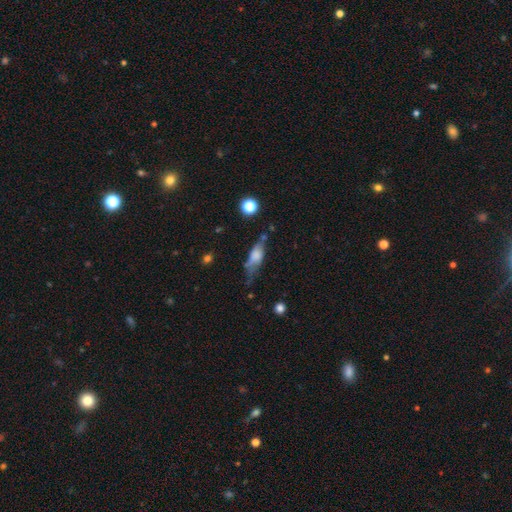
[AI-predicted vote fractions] Smooth or featured: smooth — 62% (featured or disk — 29%)
How rounded: in between — 64% (cigar-shaped — 32%)
Merging: none — 43% (minor disturbance — 33%)